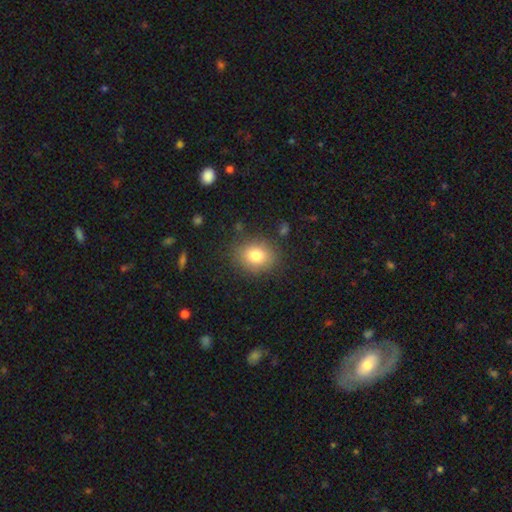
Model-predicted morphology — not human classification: Smooth or featured?
  - smooth: 79% *
  - star or artifact: 11%
  - featured or disk: 10%
How rounded?
  - round: 64% *
  - in between: 35%
  - cigar-shaped: 1%
Merging?
  - none: 84% *
  - minor disturbance: 11%
  - major disturbance: 4%
  - merger: 2%